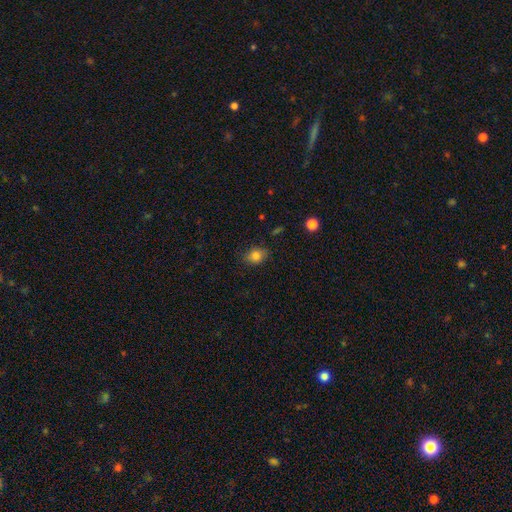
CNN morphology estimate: Smooth or featured?
  - smooth: 82% *
  - star or artifact: 12%
  - featured or disk: 7%
How rounded?
  - in between: 50% *
  - round: 49%
  - cigar-shaped: 1%
Merging?
  - none: 81% *
  - minor disturbance: 15%
  - major disturbance: 3%
  - merger: 1%